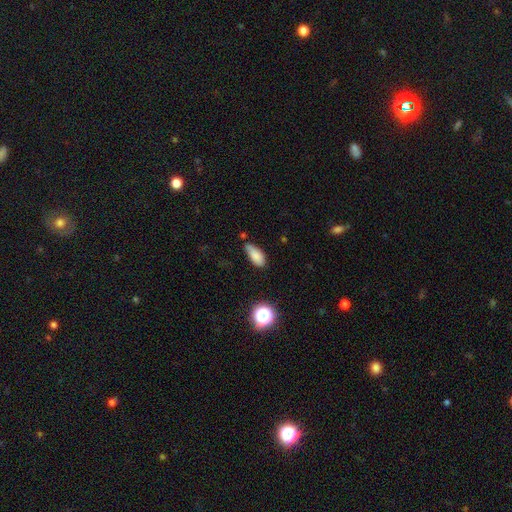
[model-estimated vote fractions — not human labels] smooth-or-featured: smooth: 81% | star or artifact: 10% | featured or disk: 9%
  how-rounded: in between: 86% | cigar-shaped: 10% | round: 5%
  merging: none: 52% | minor disturbance: 34% | major disturbance: 7% | merger: 6%